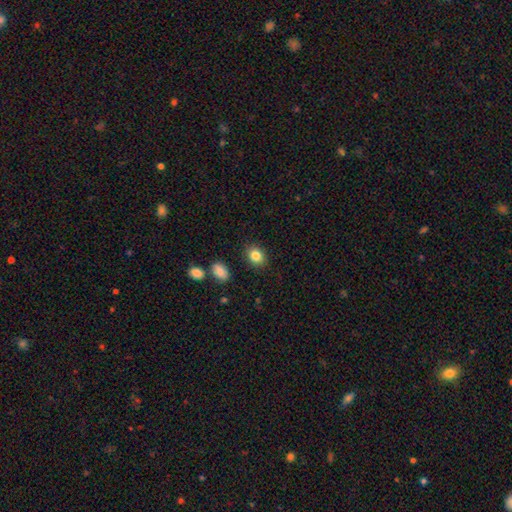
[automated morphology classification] smooth-or-featured: smooth: 84% | star or artifact: 9% | featured or disk: 6%
  how-rounded: in between: 54% | round: 45% | cigar-shaped: 1%
  merging: none: 87% | minor disturbance: 8% | major disturbance: 2% | merger: 2%